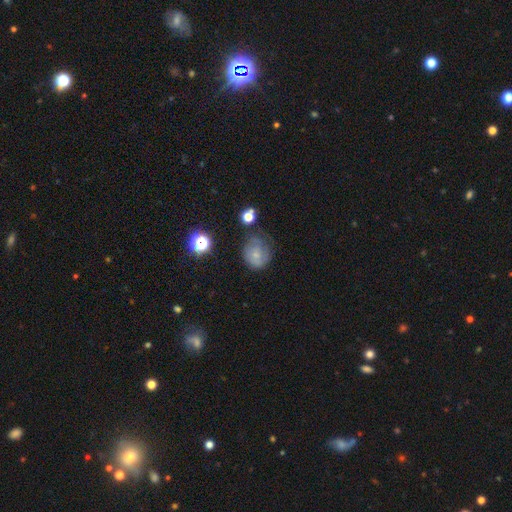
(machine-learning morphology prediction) type=smooth (62%); roundness=round (71%); merging=none (48%).